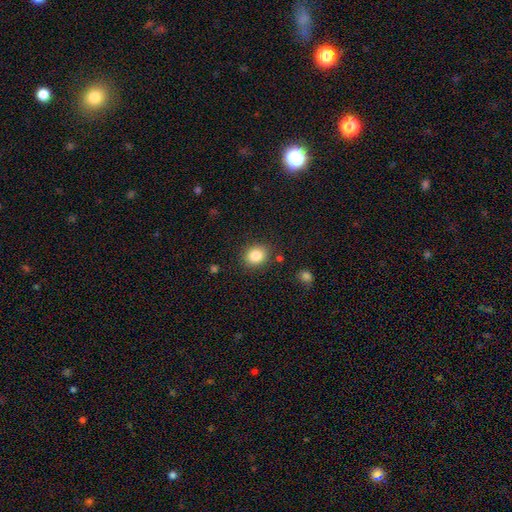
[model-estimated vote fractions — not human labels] smooth-or-featured: smooth: 84% | star or artifact: 10% | featured or disk: 6%
  how-rounded: round: 63% | in between: 36% | cigar-shaped: 1%
  merging: none: 85% | minor disturbance: 9% | major disturbance: 3% | merger: 2%